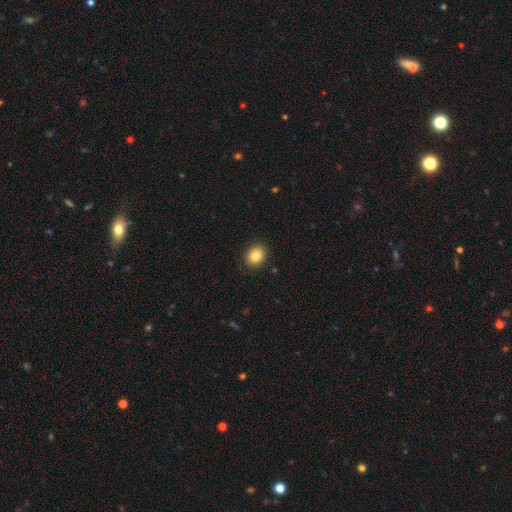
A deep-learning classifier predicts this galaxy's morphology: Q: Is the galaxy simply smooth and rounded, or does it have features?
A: smooth — 85%.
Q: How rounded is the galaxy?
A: round — 55%.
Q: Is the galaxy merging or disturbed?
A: none — 89%.